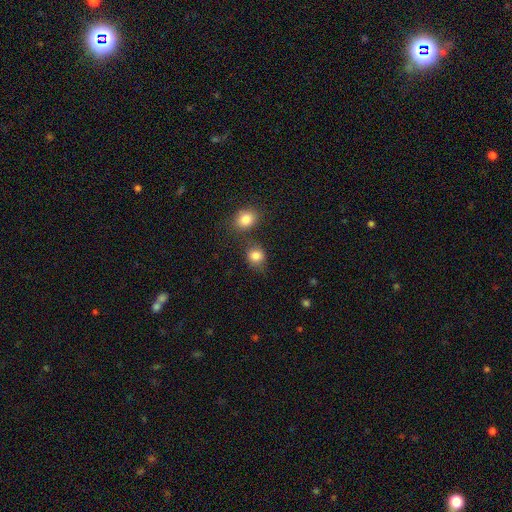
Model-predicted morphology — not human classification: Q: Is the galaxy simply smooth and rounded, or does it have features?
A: smooth — 84%.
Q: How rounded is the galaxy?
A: round — 70%.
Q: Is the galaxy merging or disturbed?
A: none — 66%.